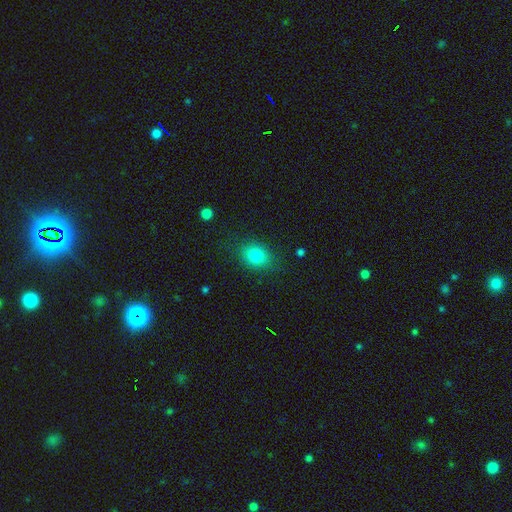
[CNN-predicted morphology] type=smooth (81%); roundness=in between (54%); merging=none (81%).